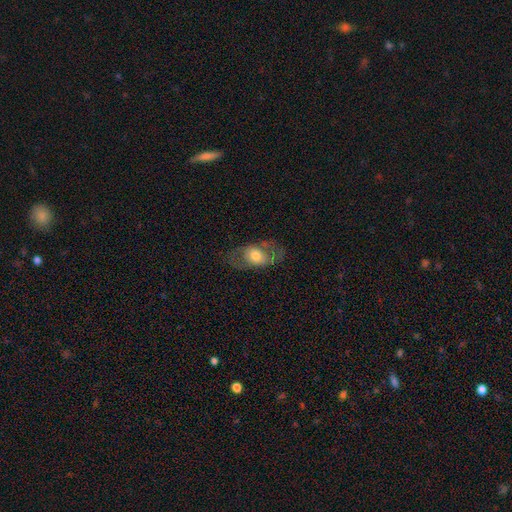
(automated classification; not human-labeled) This appears to be a featured or disk galaxy (47%). Merging: none (68%).